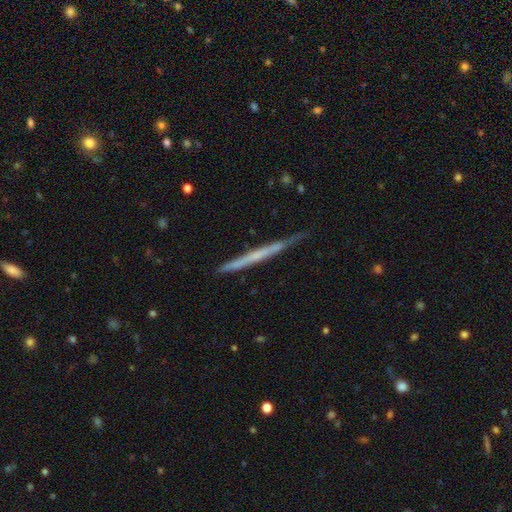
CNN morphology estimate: This is possibly a featured or disk galaxy (52%). It is clearly viewed edge-on (97%). Edge-on bulge: clearly none (89%). Merging: clearly none (80%).